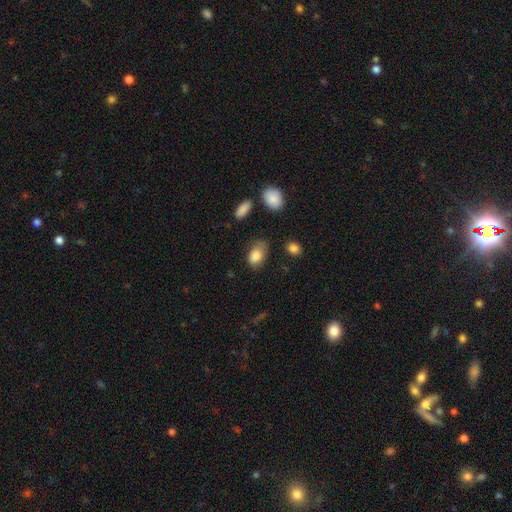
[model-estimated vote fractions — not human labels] The model was most divided on "merging": none: 49%, minor disturbance: 35%, major disturbance: 14%, merger: 3%. More confident: how rounded — in between (86%); smooth or featured — smooth (83%).